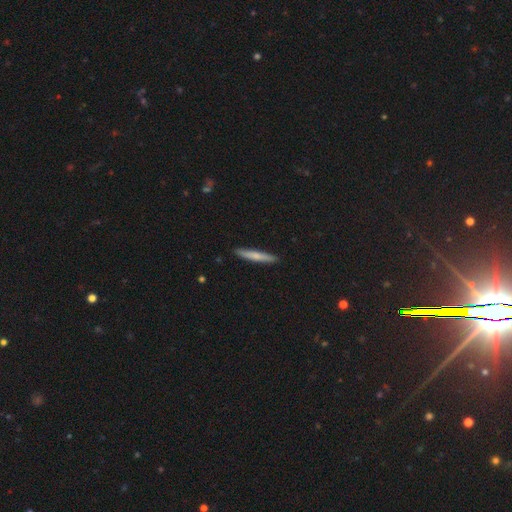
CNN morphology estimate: Smooth or featured: smooth — 68% (featured or disk — 27%)
How rounded: cigar-shaped — 95% (in between — 4%)
Merging: none — 90% (minor disturbance — 7%)